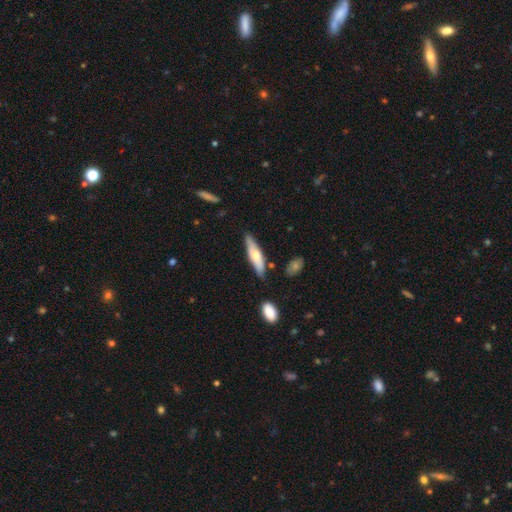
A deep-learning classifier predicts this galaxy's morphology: This is possibly a smooth galaxy (53%). How rounded: likely cigar-shaped (70%). Merging: likely none (78%).